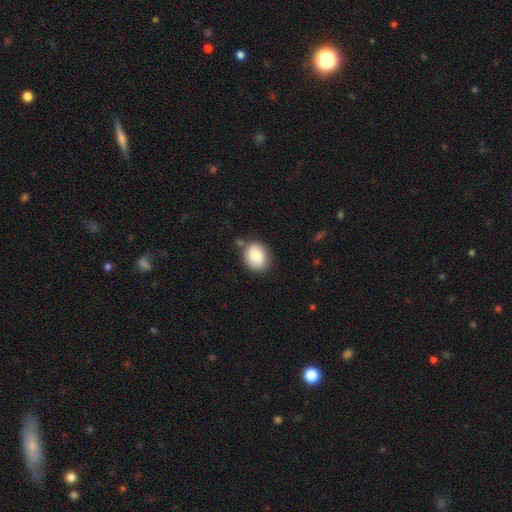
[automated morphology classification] Smooth or featured?
  - smooth: 87% *
  - star or artifact: 7%
  - featured or disk: 6%
How rounded?
  - round: 54% *
  - in between: 45%
  - cigar-shaped: 1%
Merging?
  - none: 75% *
  - minor disturbance: 16%
  - merger: 6%
  - major disturbance: 4%